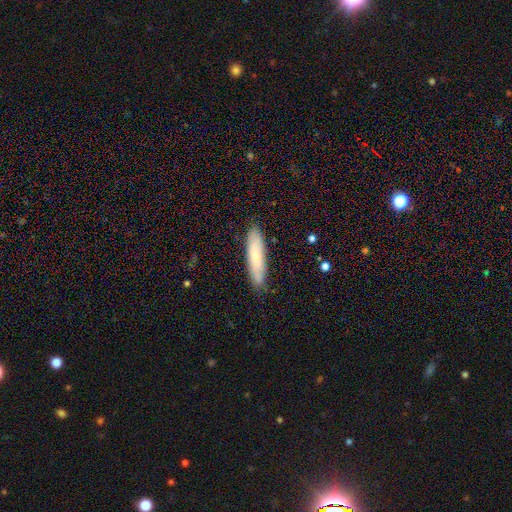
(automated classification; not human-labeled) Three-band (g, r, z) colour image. It shows a smooth galaxy with no disk features (73%) that is cigar-shaped (77%). Merging: none (85%).